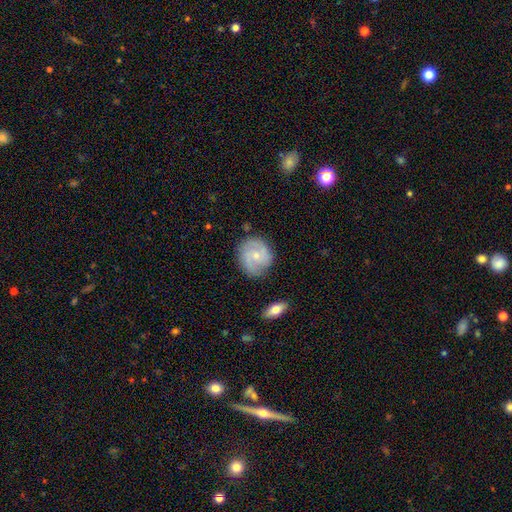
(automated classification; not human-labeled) A featured or disk galaxy (64%) with no bar (61%), 2 (62%) medium (46%) spiral arms (90%) and a small central bulge (62%).

Vote fractions:
- Smooth or featured? featured or disk: 64% / smooth: 29% / star or artifact: 6%
- Edge-on disk? no: 97% / yes: 3%
- Bar? no: 61% / weak: 34% / strong: 5%
- Spiral arms? yes: 90% / no: 10%
- Spiral winding? medium: 46% / tight: 35% / loose: 19%
- Spiral arm count? 2: 62% / can't tell: 15% / 3: 14% / 1: 3% / 4: 3% / more than 4: 2%
- Bulge size? small: 62% / moderate: 32% / none: 3% / large: 1% / dominant: 1%
- Merging? none: 77% / minor disturbance: 16% / major disturbance: 5% / merger: 3%